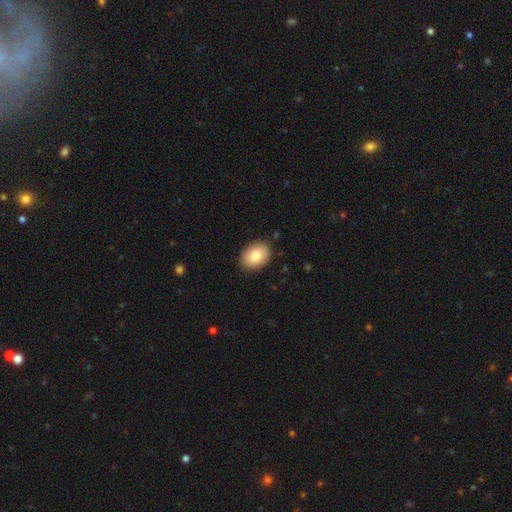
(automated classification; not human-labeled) Q: Smooth or featured?
A: smooth (84%); runner-up: featured or disk (9%)
Q: How rounded?
A: in between (75%); runner-up: round (24%)
Q: Merging?
A: none (89%); runner-up: minor disturbance (8%)